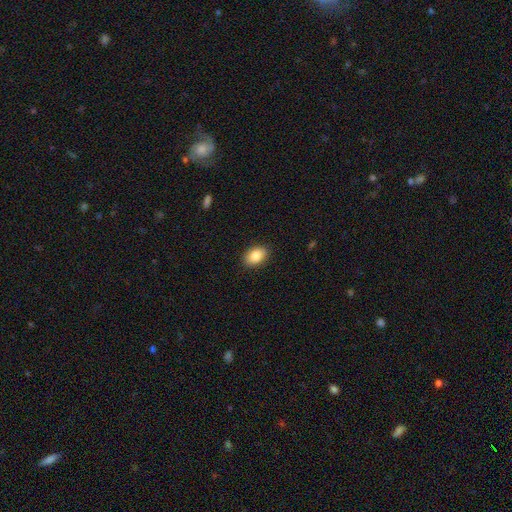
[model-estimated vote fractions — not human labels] A smooth galaxy with no disk features (86%) that is in between round and cigar-shaped (85%).

Vote fractions:
- Smooth or featured? smooth: 86% / star or artifact: 8% / featured or disk: 6%
- How rounded? in between: 85% / round: 14% / cigar-shaped: 1%
- Merging? none: 89% / minor disturbance: 8% / major disturbance: 2% / merger: 1%